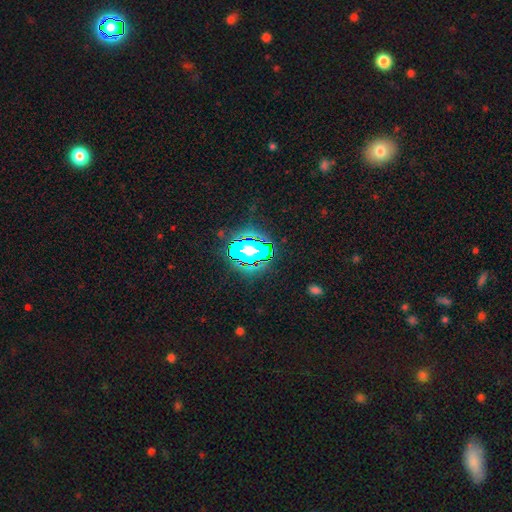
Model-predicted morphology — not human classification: This appears to be a star or artifact, not a galaxy (52%).